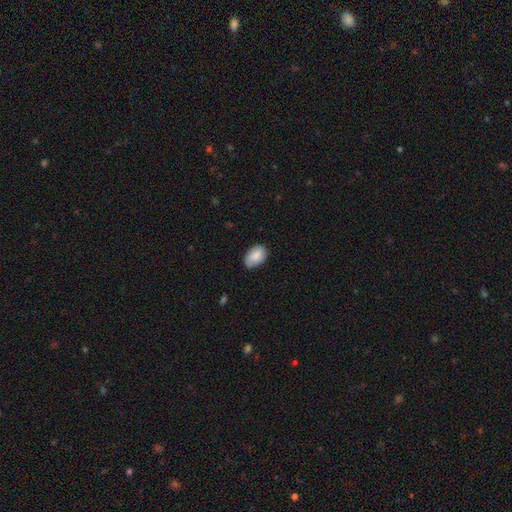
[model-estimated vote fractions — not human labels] A smooth galaxy with no disk features (82%) that is in between round and cigar-shaped (88%).

Vote fractions:
- Smooth or featured? smooth: 82% / featured or disk: 11% / star or artifact: 7%
- How rounded? in between: 88% / round: 10% / cigar-shaped: 1%
- Merging? none: 77% / minor disturbance: 19% / major disturbance: 3% / merger: 1%